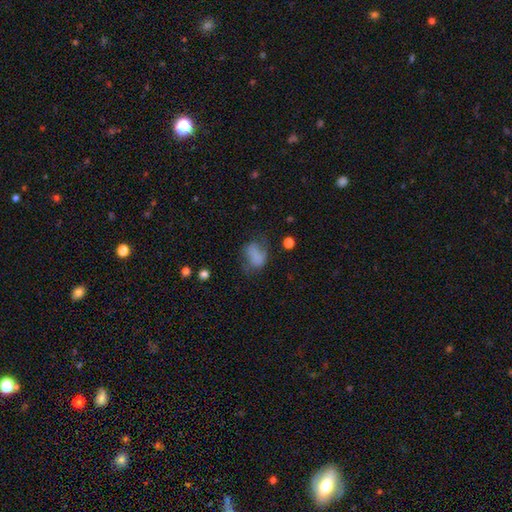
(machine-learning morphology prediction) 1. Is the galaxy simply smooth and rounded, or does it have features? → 68% smooth, 20% featured or disk, 12% star or artifact.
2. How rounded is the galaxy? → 77% in between, 22% round, 2% cigar-shaped.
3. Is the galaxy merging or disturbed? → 40% none, 30% minor disturbance, 25% major disturbance, 5% merger.